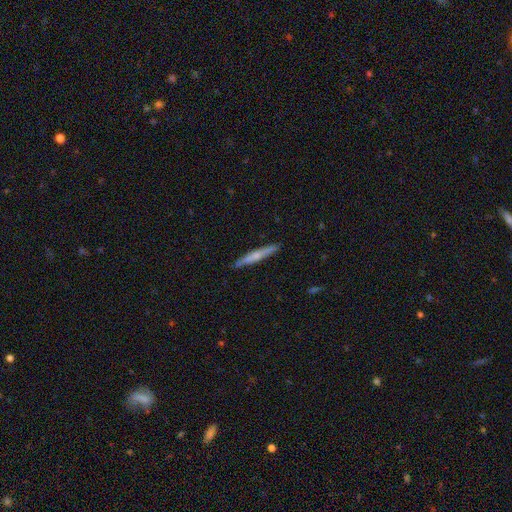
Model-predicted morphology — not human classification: A smooth galaxy with no disk features (52%) that is cigar-shaped (95%).

Vote fractions:
- Smooth or featured? smooth: 52% / featured or disk: 43% / star or artifact: 5%
- How rounded? cigar-shaped: 95% / in between: 4% / round: 1%
- Merging? none: 87% / minor disturbance: 10% / major disturbance: 2% / merger: 1%